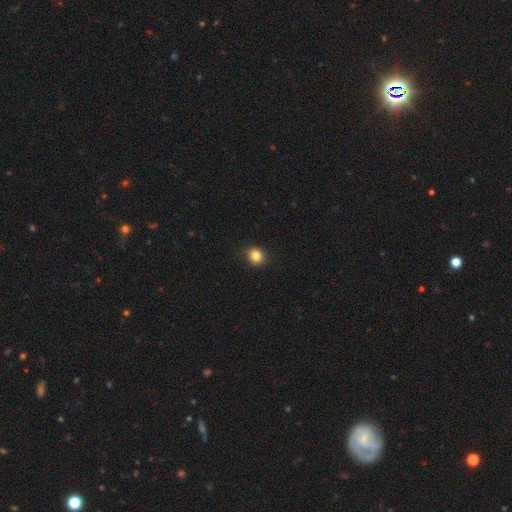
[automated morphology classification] A smooth galaxy with no disk features (84%) that is round (80%).

Vote fractions:
- Smooth or featured? smooth: 84% / star or artifact: 11% / featured or disk: 5%
- How rounded? round: 80% / in between: 19% / cigar-shaped: 1%
- Merging? none: 89% / minor disturbance: 8% / major disturbance: 2% / merger: 1%